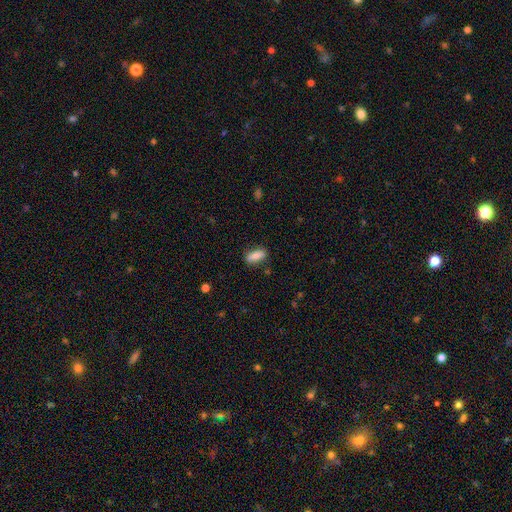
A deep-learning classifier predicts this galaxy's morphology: smooth 81%, featured or disk 12%, star or artifact 7%. Down the decision tree: how rounded — in between (73%); merging — none (83%).